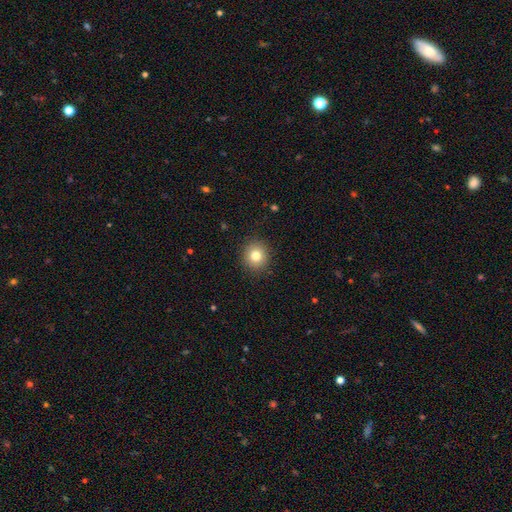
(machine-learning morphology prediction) A smooth galaxy with no disk features (80%) that is round (87%).

Vote fractions:
- Smooth or featured? smooth: 80% / star or artifact: 11% / featured or disk: 9%
- How rounded? round: 87% / in between: 12% / cigar-shaped: 1%
- Merging? none: 90% / minor disturbance: 6% / major disturbance: 2% / merger: 1%